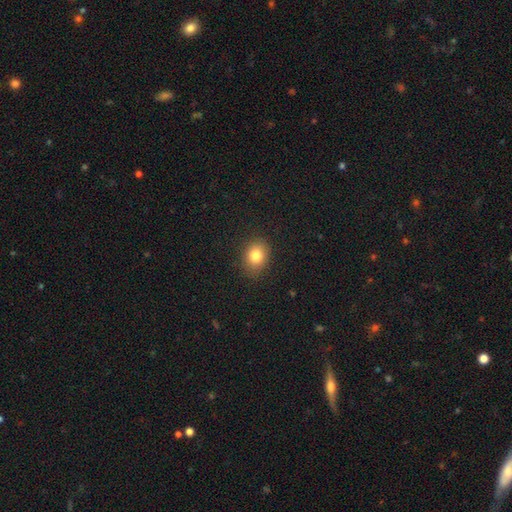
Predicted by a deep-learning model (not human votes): A smooth galaxy with no disk features (81%) that is in between round and cigar-shaped (50%).

Vote fractions:
- Smooth or featured? smooth: 81% / star or artifact: 11% / featured or disk: 8%
- How rounded? in between: 50% / round: 49% / cigar-shaped: 1%
- Merging? none: 86% / minor disturbance: 10% / major disturbance: 3% / merger: 1%